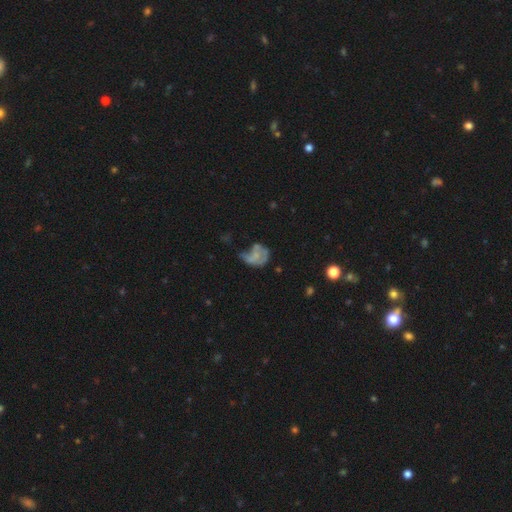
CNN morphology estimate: smooth_or_featured: smooth (p=0.45) [alt: featured or disk p=0.43]
merging: major disturbance (p=0.43) [alt: minor disturbance p=0.24]